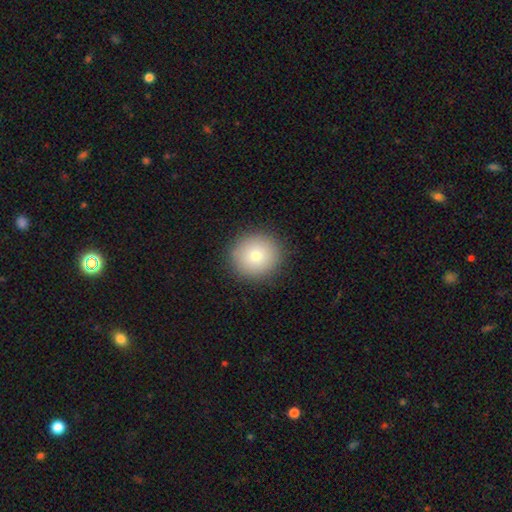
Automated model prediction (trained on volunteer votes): smooth_or_featured: smooth (p=0.77) [alt: featured or disk p=0.12]
how_rounded: round (p=0.90) [alt: in between p=0.09]
merging: none (p=0.91) [alt: minor disturbance p=0.06]